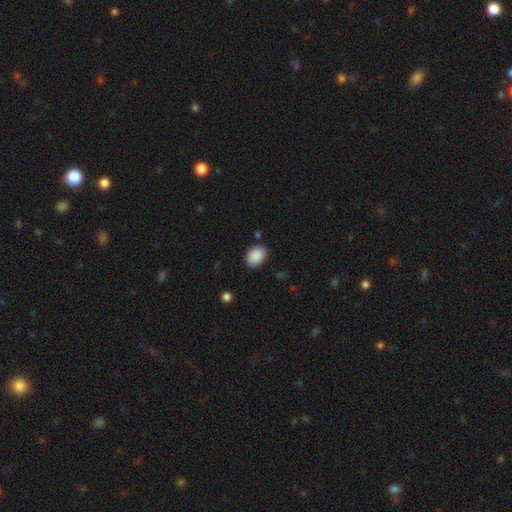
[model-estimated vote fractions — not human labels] smooth-or-featured: smooth: 90% | star or artifact: 7% | featured or disk: 3%
  how-rounded: in between: 73% | round: 26% | cigar-shaped: 1%
  merging: none: 84% | minor disturbance: 11% | major disturbance: 3% | merger: 2%